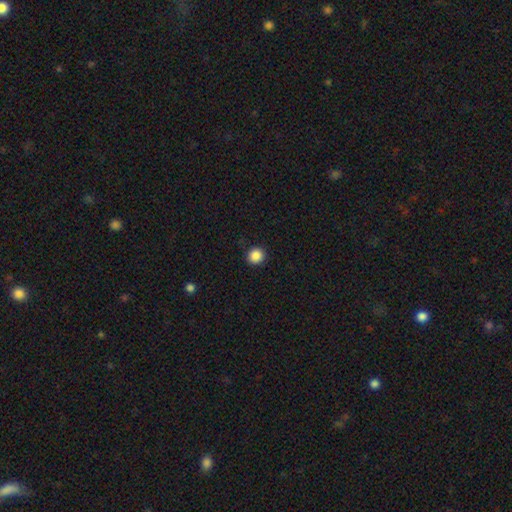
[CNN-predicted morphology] Smooth or featured: smooth — 88% (star or artifact — 9%)
How rounded: round — 92% (in between — 7%)
Merging: none — 91% (minor disturbance — 6%)